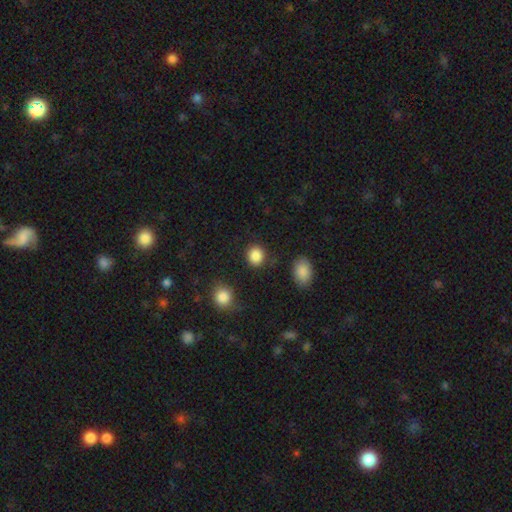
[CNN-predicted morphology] A smooth galaxy with no disk features (87%) that is round (82%).

Vote fractions:
- Smooth or featured? smooth: 87% / star or artifact: 10% / featured or disk: 4%
- How rounded? round: 82% / in between: 17% / cigar-shaped: 1%
- Merging? none: 86% / minor disturbance: 8% / major disturbance: 3% / merger: 3%